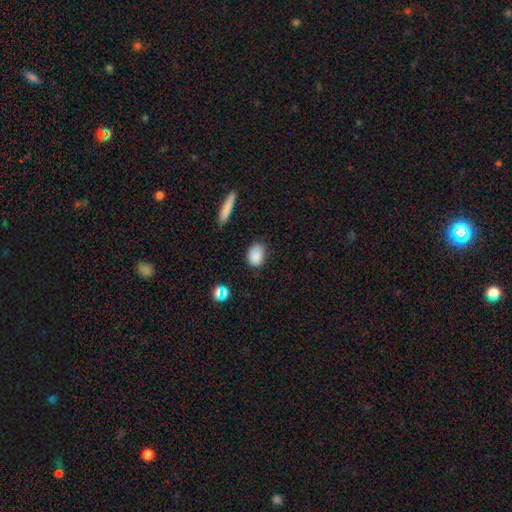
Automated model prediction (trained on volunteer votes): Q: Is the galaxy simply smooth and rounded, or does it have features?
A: smooth — 86%.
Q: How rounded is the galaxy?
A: in between — 71%.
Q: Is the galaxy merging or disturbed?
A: none — 77%.